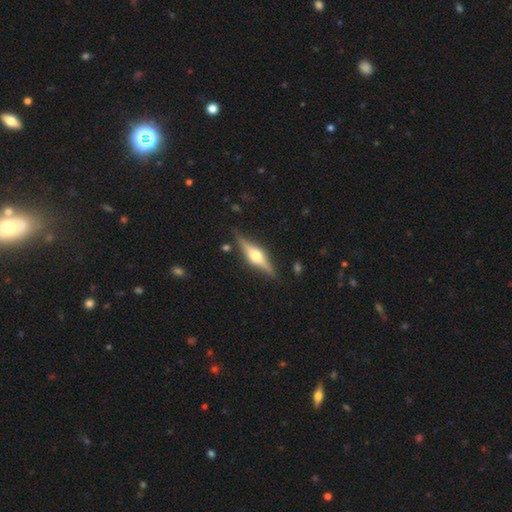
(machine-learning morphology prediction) Smooth or featured? Predicted: featured or disk (p=0.76). Edge-on disk? Predicted: yes (p=0.97). Edge-on bulge? Predicted: rounded (p=0.94). Merging? Predicted: none (p=0.86).